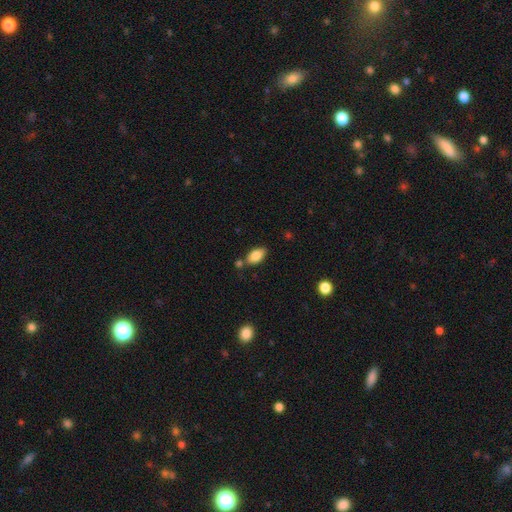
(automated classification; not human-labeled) Smooth or featured: smooth — 86% (star or artifact — 8%)
How rounded: in between — 92% (round — 4%)
Merging: none — 70% (minor disturbance — 15%)